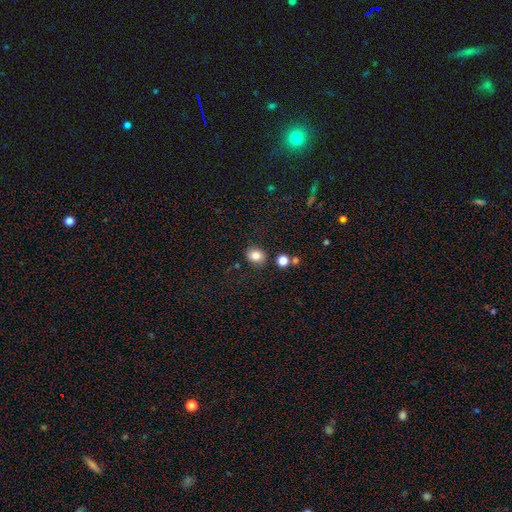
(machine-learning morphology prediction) A smooth galaxy with no disk features (83%) that is round (58%). Merging: none (80%).